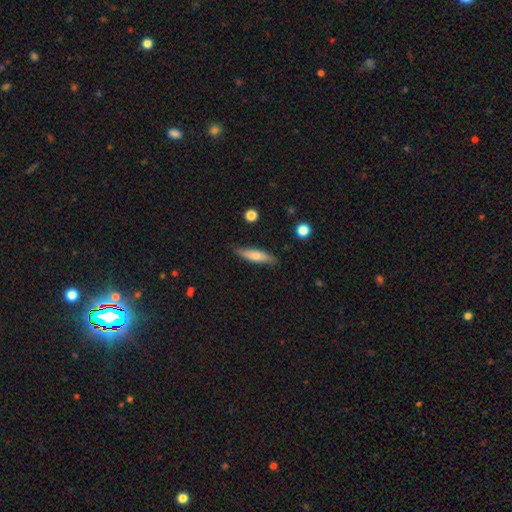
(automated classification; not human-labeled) smooth_or_featured: smooth (p=0.66) [alt: featured or disk p=0.28]
how_rounded: cigar-shaped (p=0.75) [alt: in between p=0.23]
merging: none (p=0.85) [alt: minor disturbance p=0.11]